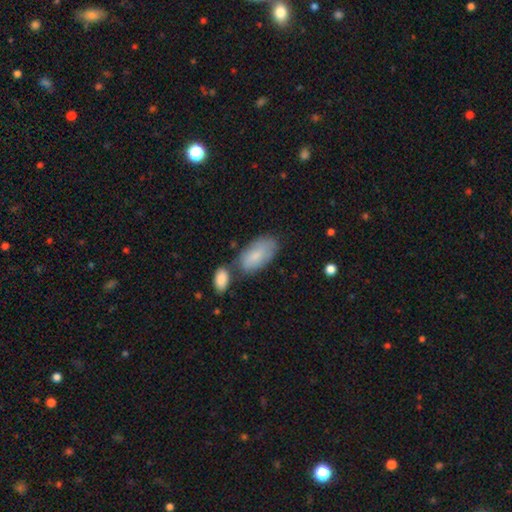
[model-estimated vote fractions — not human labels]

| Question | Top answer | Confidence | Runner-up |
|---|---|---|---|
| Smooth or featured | smooth | 77% | featured or disk (17%) |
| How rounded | in between | 94% | cigar-shaped (4%) |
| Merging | none | 54% | merger (21%) |